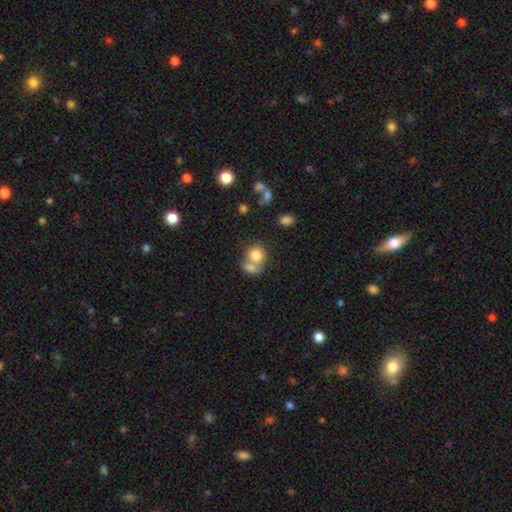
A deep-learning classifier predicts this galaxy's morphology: smooth 76%, featured or disk 13%, star or artifact 11%. Down the decision tree: how rounded — round (71%); merging — merger (54%).